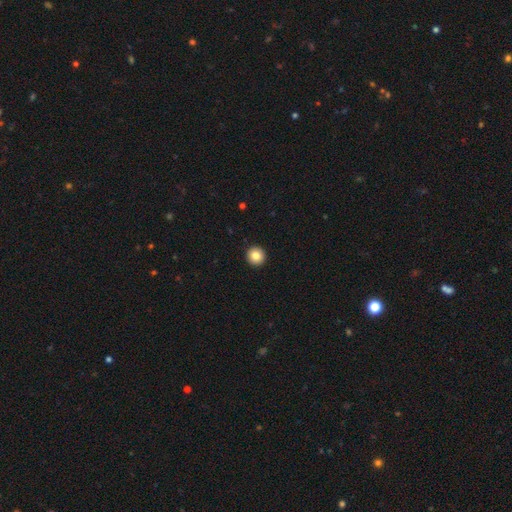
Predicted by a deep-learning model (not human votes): This appears to be a smooth galaxy with no disk features (84%) that is round (96%). Merging: none (94%).